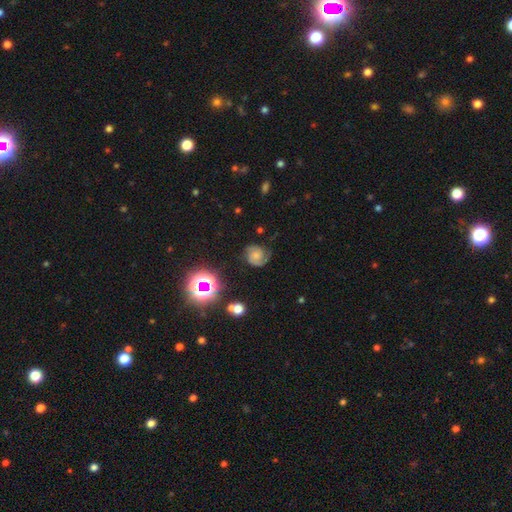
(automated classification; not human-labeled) Smooth or featured? Predicted: featured or disk (p=0.64). Edge-on disk? Predicted: no (p=0.98). Bar? Predicted: no (p=0.66). Spiral arms? Predicted: yes (p=0.94). Spiral winding? Predicted: tight (p=0.46). Spiral arm count? Predicted: 2 (p=0.74). Bulge size? Predicted: small (p=0.35). Merging? Predicted: none (p=0.71).